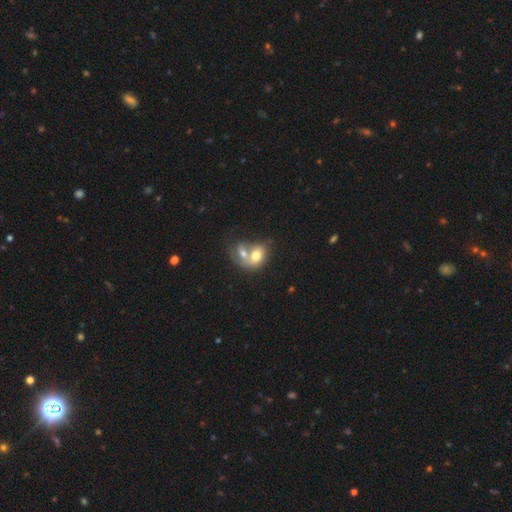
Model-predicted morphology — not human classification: Q: Smooth or featured?
A: smooth (66%); runner-up: featured or disk (27%)
Q: How rounded?
A: in between (67%); runner-up: round (31%)
Q: Merging?
A: merger (77%); runner-up: none (13%)